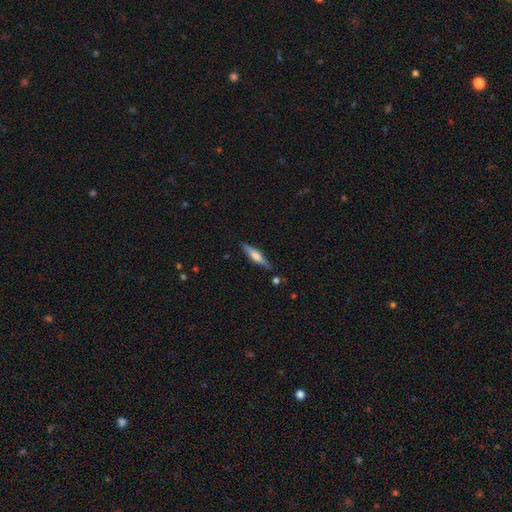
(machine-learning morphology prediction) type=featured or disk (49%); merging=none (83%).